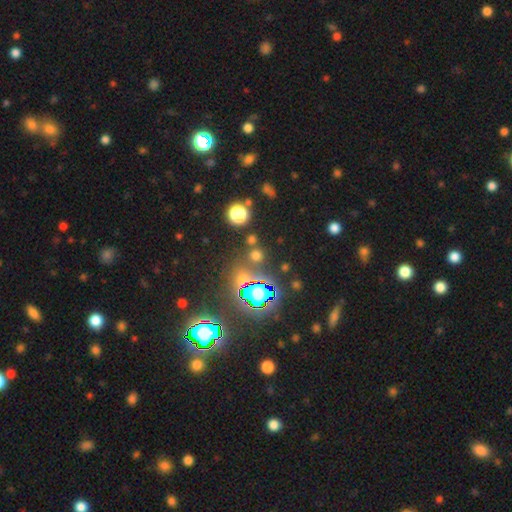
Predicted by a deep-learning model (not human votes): This appears to be a smooth galaxy with no disk features (52%) that is round (90%). Merging: none (78%).